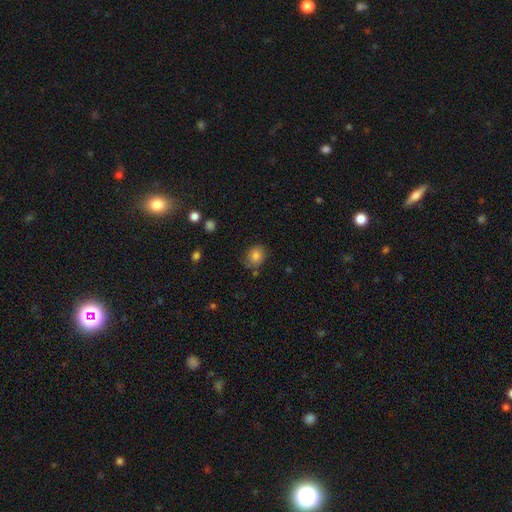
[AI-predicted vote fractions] The model was most divided on "how rounded": round: 64%, in between: 35%, cigar-shaped: 1%. More confident: smooth or featured — smooth (83%); merging — none (72%).